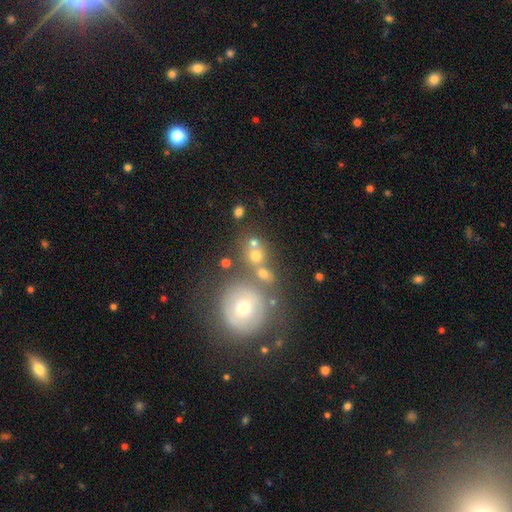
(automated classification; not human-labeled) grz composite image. It shows a smooth galaxy with no disk features (66%) that is round (82%). Merging: none (53%).